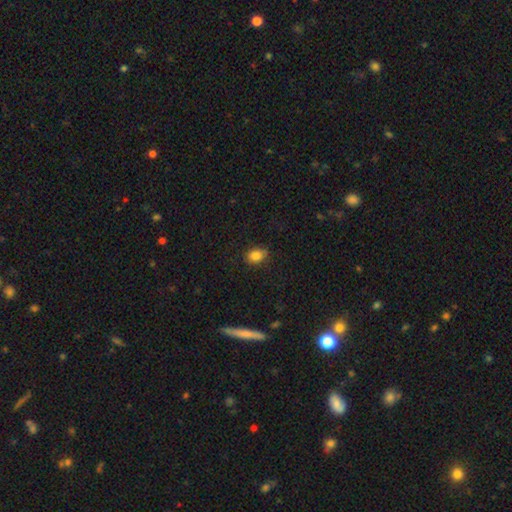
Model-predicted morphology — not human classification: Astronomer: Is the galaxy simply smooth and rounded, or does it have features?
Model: smooth — 84%.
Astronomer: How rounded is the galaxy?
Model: in between — 71%.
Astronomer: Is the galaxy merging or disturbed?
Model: none — 80%.